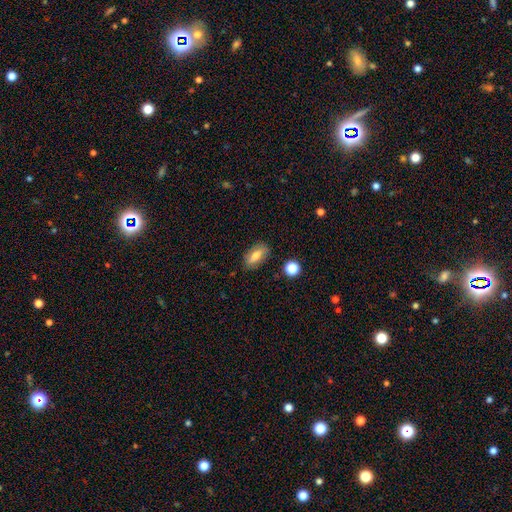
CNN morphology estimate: smooth-or-featured: smooth: 70% | featured or disk: 22% | star or artifact: 8%
  how-rounded: in between: 85% | cigar-shaped: 10% | round: 6%
  merging: none: 83% | minor disturbance: 12% | major disturbance: 3% | merger: 2%